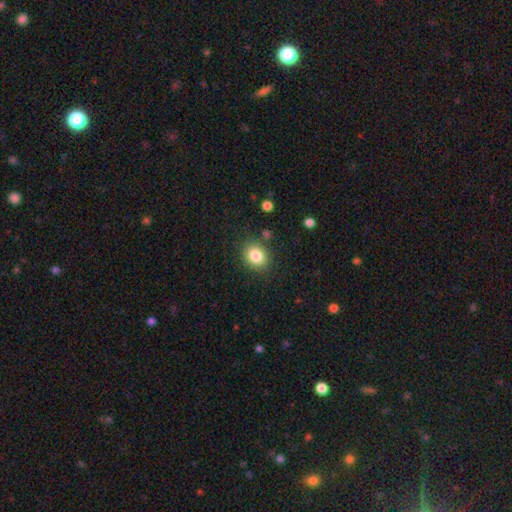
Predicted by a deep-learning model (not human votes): Smooth or featured? smooth (83%)
How rounded? round (59%)
Merging? none (84%)